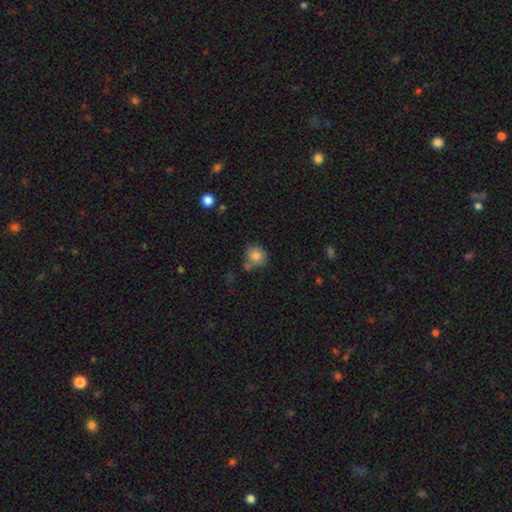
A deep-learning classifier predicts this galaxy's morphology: smooth-or-featured: smooth: 82% | star or artifact: 10% | featured or disk: 8%
  how-rounded: round: 84% | in between: 15% | cigar-shaped: 1%
  merging: none: 65% | minor disturbance: 16% | merger: 14% | major disturbance: 4%